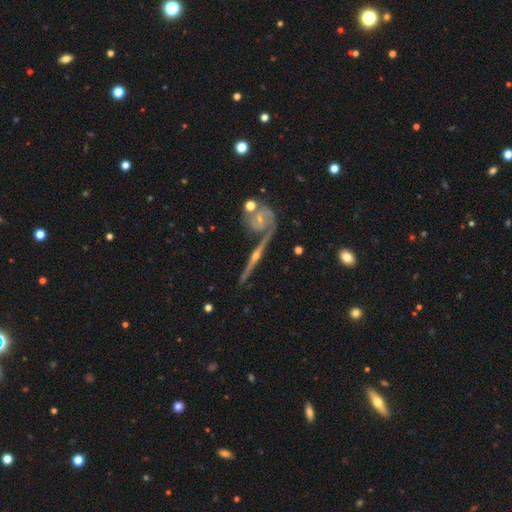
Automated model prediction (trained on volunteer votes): smooth_or_featured: featured or disk (p=0.88) [alt: smooth p=0.06]
disk_edge_on: yes (p=0.93) [alt: no p=0.07]
edge_on_bulge: rounded (p=0.92) [alt: none p=0.05]
merging: none (p=0.74) [alt: minor disturbance p=0.11]